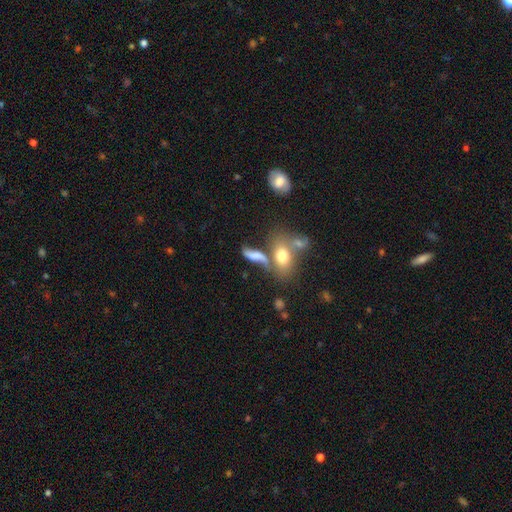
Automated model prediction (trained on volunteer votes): This is likely a smooth galaxy (60%). How rounded: likely in between (62%). Merging: marginally none (35%).